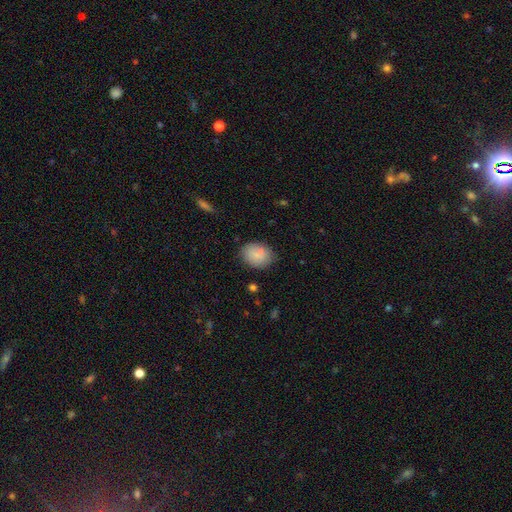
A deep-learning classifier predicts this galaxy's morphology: Q: Smooth or featured?
A: smooth (83%); runner-up: featured or disk (9%)
Q: How rounded?
A: in between (61%); runner-up: round (38%)
Q: Merging?
A: none (77%); runner-up: minor disturbance (14%)